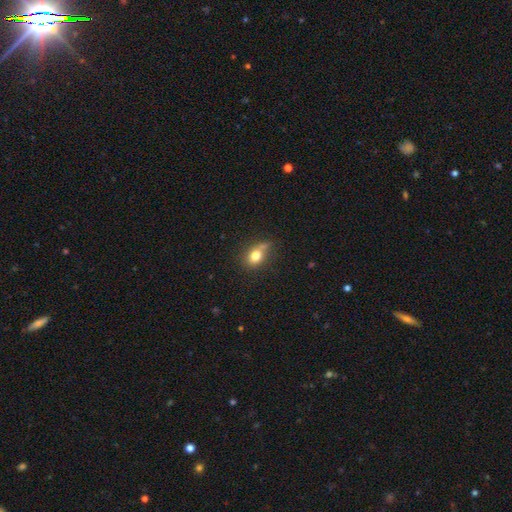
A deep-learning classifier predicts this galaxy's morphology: A smooth galaxy with no disk features (78%) that is in between round and cigar-shaped (60%). Merging: none (51%).